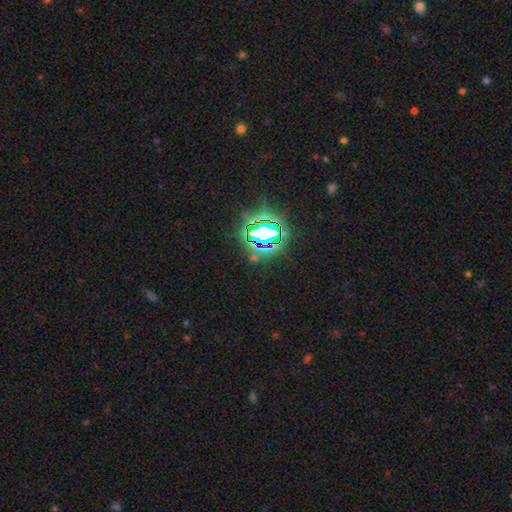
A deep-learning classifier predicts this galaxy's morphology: star or artifact 80%, smooth 11%, featured or disk 8%.